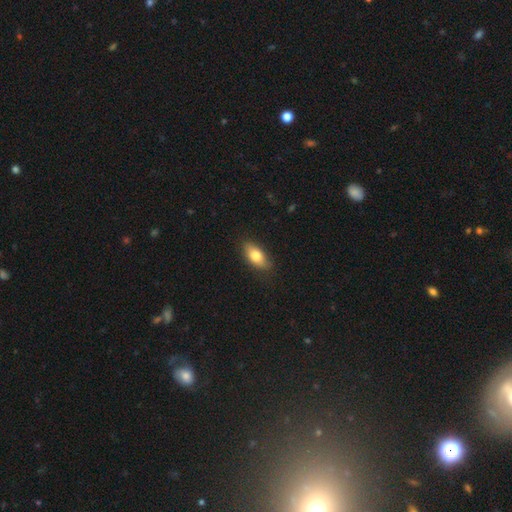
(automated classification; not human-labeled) Morphology: type=smooth (77%); roundness=in between (85%); merging=none (84%).